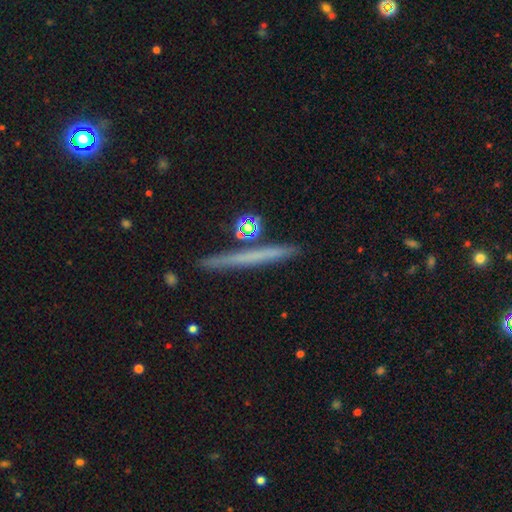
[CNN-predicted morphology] Smooth or featured: smooth — 48% (featured or disk — 44%)
Merging: none — 88% (minor disturbance — 7%)